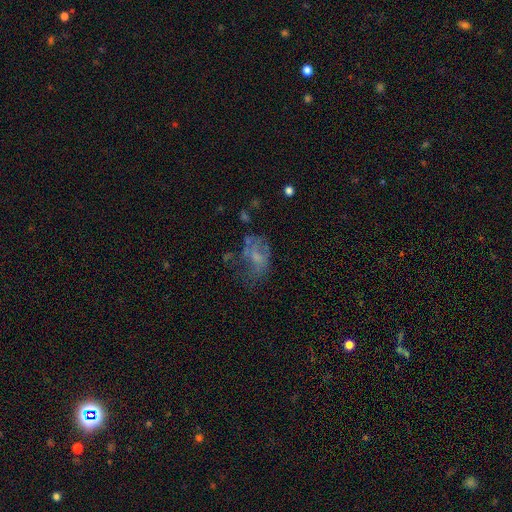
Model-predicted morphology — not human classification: Smooth or featured: featured or disk — 47% (smooth — 37%)
Merging: major disturbance — 36% (none — 35%)